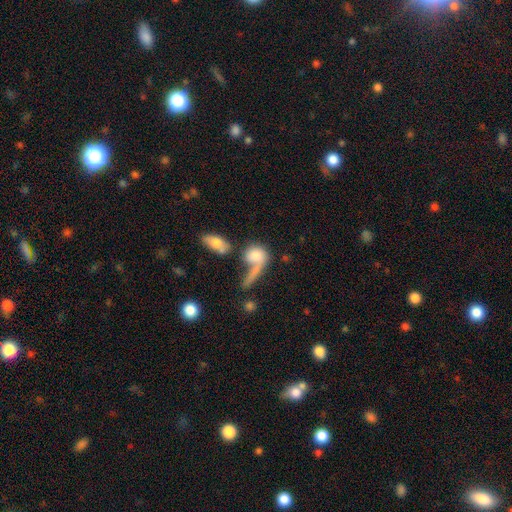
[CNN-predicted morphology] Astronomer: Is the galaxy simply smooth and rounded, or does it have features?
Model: smooth — 69%.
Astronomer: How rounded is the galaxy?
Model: round — 48% (runner-up: in between, 42%).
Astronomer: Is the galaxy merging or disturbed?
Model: merger — 38% (runner-up: none, 27%).